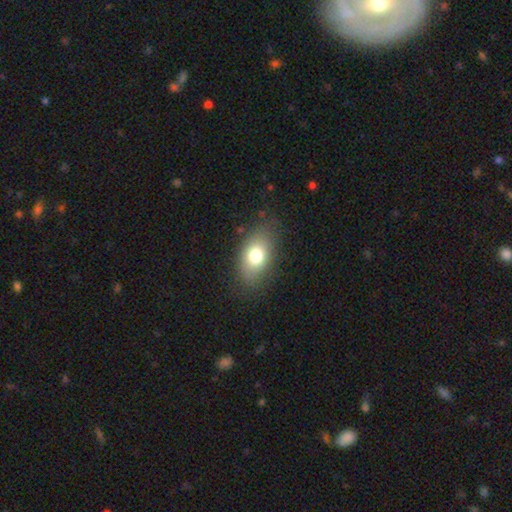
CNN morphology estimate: A smooth galaxy with no disk features (76%) that is in between round and cigar-shaped (86%).

Vote fractions:
- Smooth or featured? smooth: 76% / featured or disk: 14% / star or artifact: 10%
- How rounded? in between: 86% / round: 12% / cigar-shaped: 3%
- Merging? none: 80% / minor disturbance: 14% / major disturbance: 5% / merger: 1%